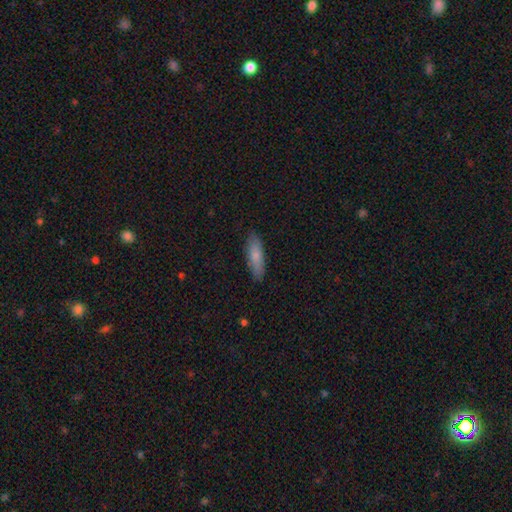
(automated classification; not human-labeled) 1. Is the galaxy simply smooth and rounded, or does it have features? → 78% smooth, 16% featured or disk, 6% star or artifact.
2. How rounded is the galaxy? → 60% cigar-shaped, 38% in between, 2% round.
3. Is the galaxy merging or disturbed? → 86% none, 11% minor disturbance, 2% major disturbance, 1% merger.